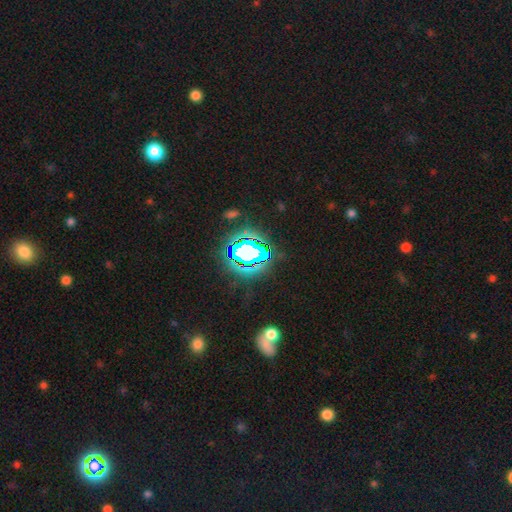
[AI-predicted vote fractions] star or artifact 80%, smooth 13%, featured or disk 7%.